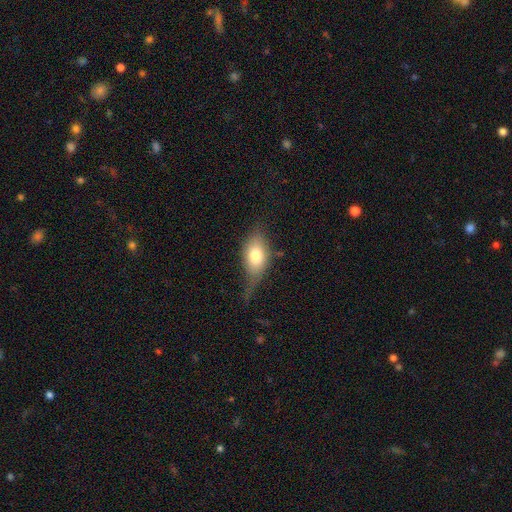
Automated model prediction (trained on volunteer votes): The model was most divided on "merging": none: 39%, minor disturbance: 34%, major disturbance: 24%, merger: 3%. More confident: how rounded — in between (83%); smooth or featured — smooth (70%).